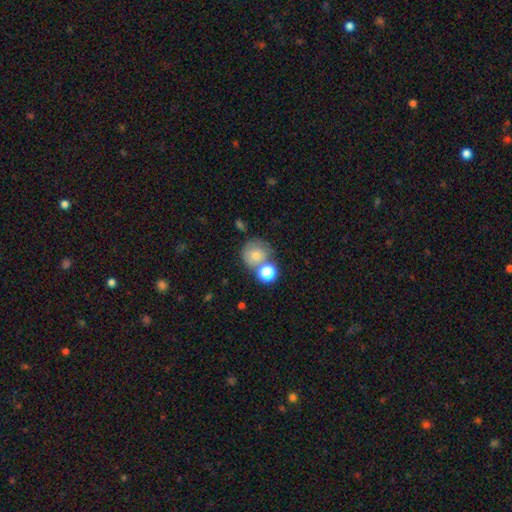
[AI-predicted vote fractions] Smooth or featured? smooth (72%)
How rounded? round (88%)
Merging? none (50%)